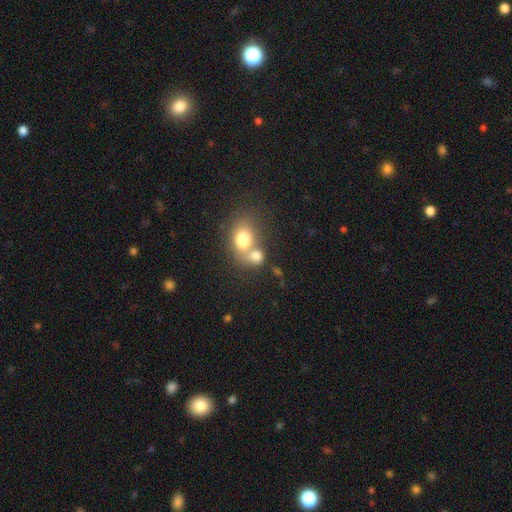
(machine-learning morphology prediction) This appears to be a smooth galaxy with no disk features (75%) that is round (53%). Merging: merger (64%).